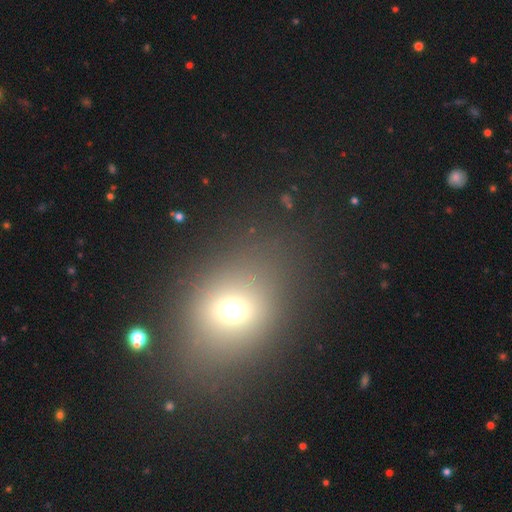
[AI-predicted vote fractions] smooth 55%, star or artifact 27%, featured or disk 17%. Down the decision tree: how rounded — in between (59%); merging — none (82%).